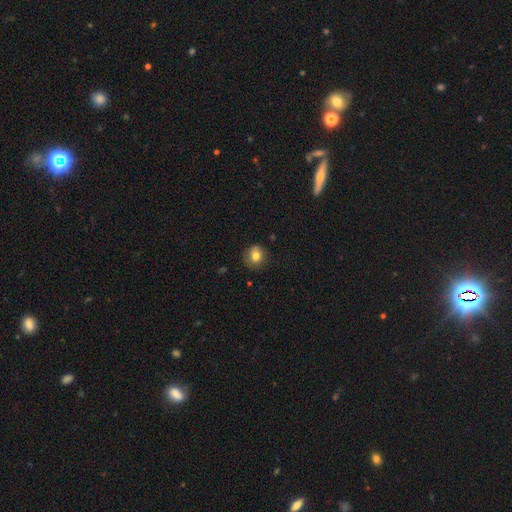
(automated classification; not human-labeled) Smooth or featured? Predicted: smooth (p=0.79). How rounded? Predicted: round (p=0.79). Merging? Predicted: none (p=0.80).